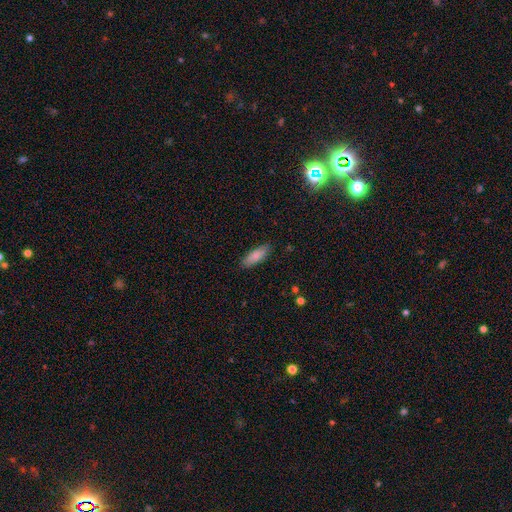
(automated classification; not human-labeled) The model was most divided on "how rounded": in between: 67%, cigar-shaped: 31%, round: 2%. More confident: merging — none (86%); smooth or featured — smooth (84%).